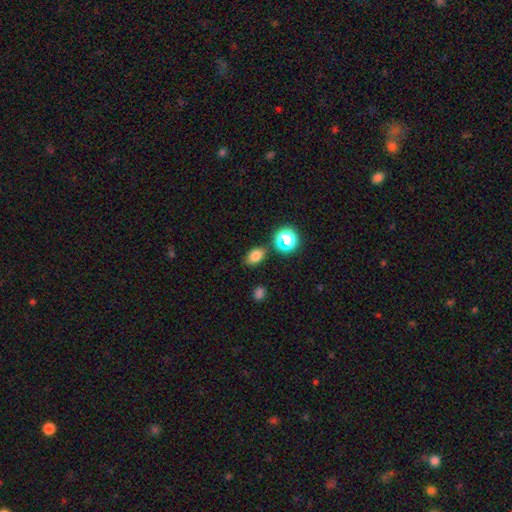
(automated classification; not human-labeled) smooth_or_featured: smooth (p=0.76) [alt: star or artifact p=0.17]
how_rounded: in between (p=0.75) [alt: round p=0.23]
merging: none (p=0.80) [alt: minor disturbance p=0.12]